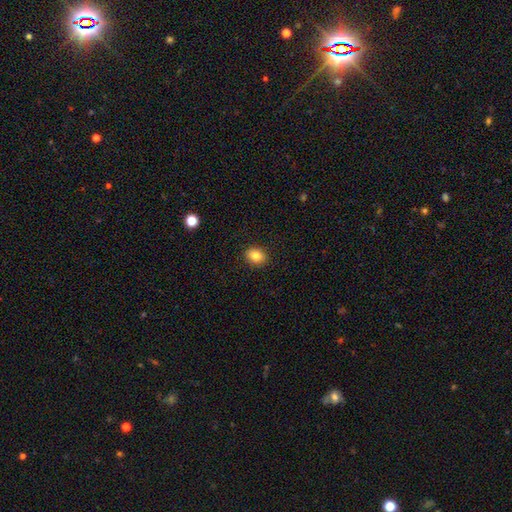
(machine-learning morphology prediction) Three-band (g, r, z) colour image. It shows a smooth galaxy with no disk features (83%) that is in between round and cigar-shaped (54%). Merging: none (90%).